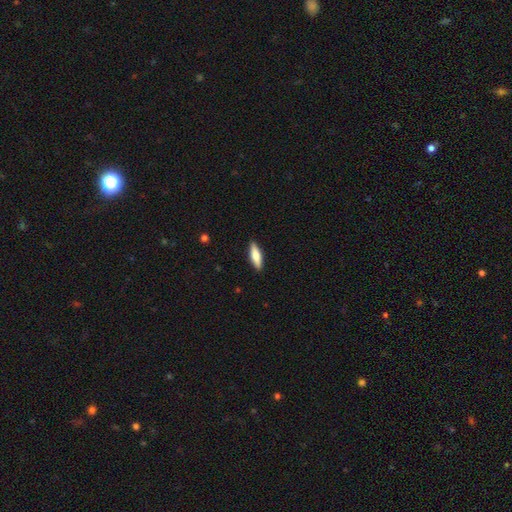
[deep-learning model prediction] smooth 71%, featured or disk 23%, star or artifact 6%. Down the decision tree: how rounded — cigar-shaped (61%); merging — none (90%).